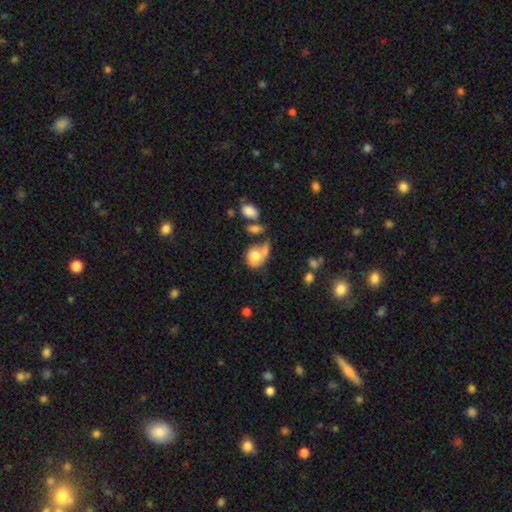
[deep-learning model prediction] Overall: smooth (66%). How rounded: in between (56%; round 43%). Merging: merger (34%; none 26%).